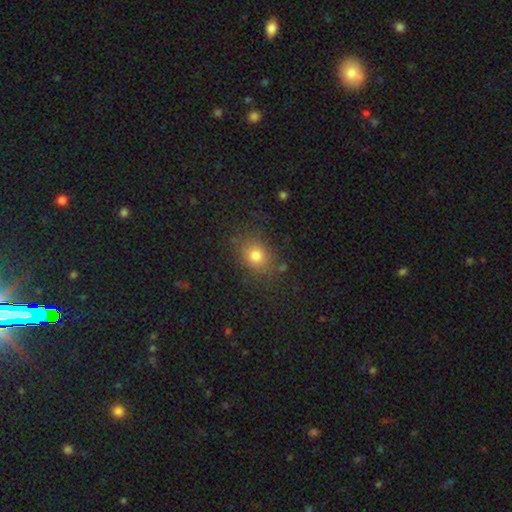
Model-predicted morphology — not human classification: Overall: smooth (77%). How rounded: round (56%; in between 43%). Merging: none (80%).